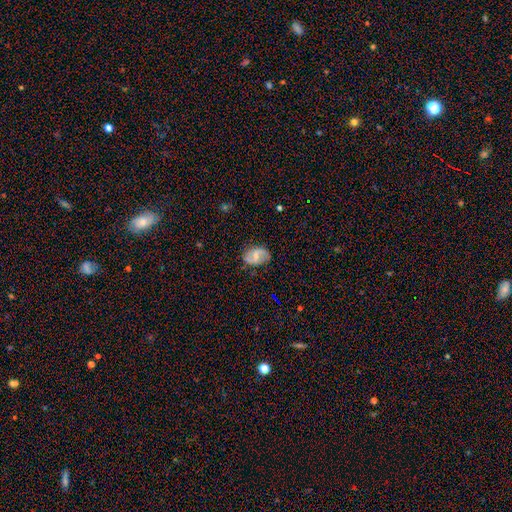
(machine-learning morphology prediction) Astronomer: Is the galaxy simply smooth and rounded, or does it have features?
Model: featured or disk — 67%.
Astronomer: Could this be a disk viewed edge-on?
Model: no — 97%.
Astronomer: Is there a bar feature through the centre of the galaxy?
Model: weak — 53% (runner-up: no, 31%).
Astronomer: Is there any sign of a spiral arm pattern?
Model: yes — 89%.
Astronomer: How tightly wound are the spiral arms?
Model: medium — 44% (runner-up: loose, 35%).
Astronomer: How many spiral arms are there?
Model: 2 — 87%.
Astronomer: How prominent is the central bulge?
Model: small — 47% (runner-up: moderate, 46%).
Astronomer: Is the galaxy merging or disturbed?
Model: none — 78%.